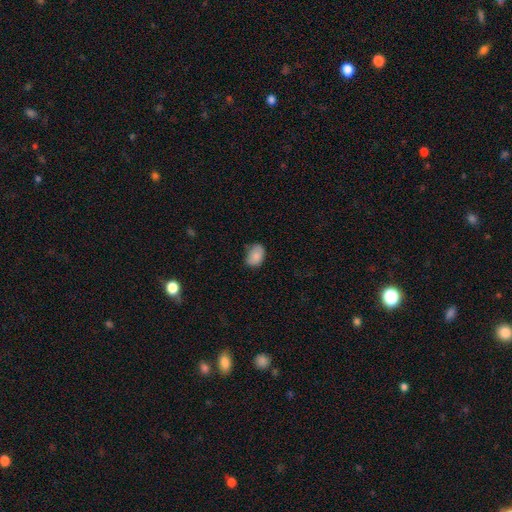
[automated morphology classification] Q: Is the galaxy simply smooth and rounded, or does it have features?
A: smooth — 86%.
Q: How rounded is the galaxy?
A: in between — 84%.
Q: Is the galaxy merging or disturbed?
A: none — 70%.